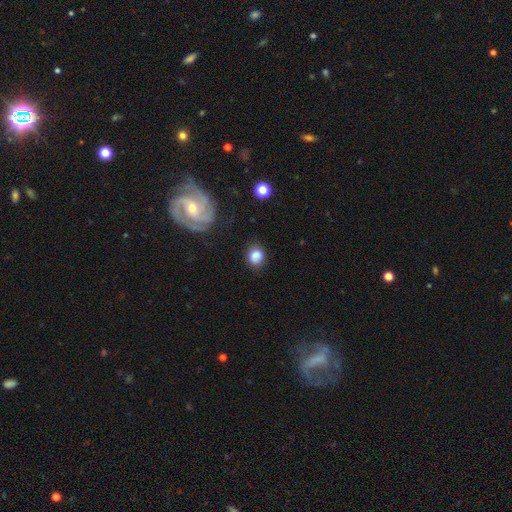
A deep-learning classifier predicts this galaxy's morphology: This is clearly a smooth galaxy (81%). How rounded: likely round (62%). Merging: likely none (70%).